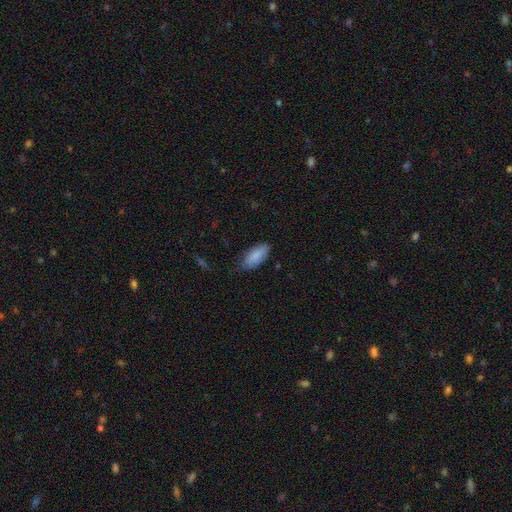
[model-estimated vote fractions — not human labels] Smooth or featured? smooth (85%)
How rounded? in between (87%)
Merging? none (76%)